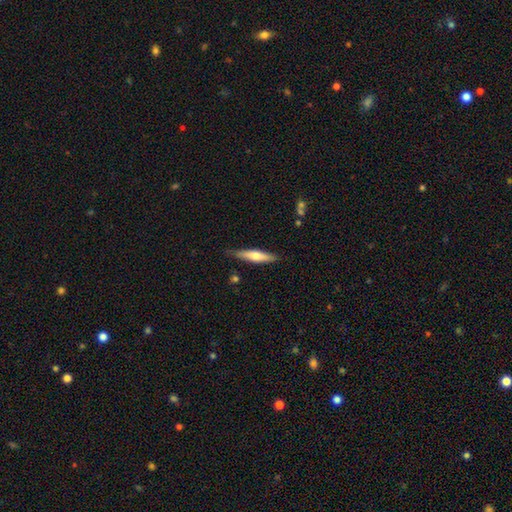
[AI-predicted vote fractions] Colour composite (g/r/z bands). It shows a smooth galaxy with no disk features (52%) that is cigar-shaped (84%). Merging: none (82%).